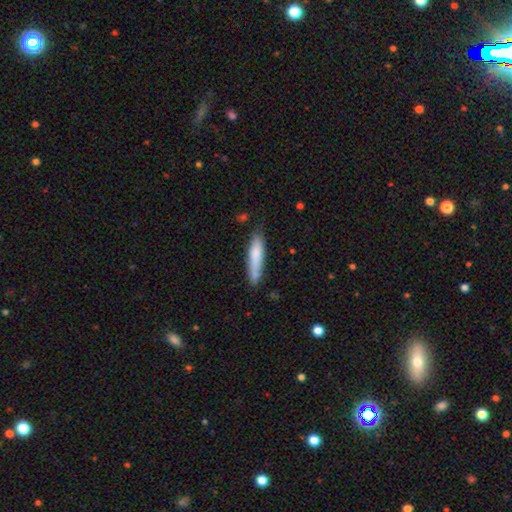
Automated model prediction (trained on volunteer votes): Morphology: type=smooth (77%); roundness=cigar-shaped (86%); merging=none (72%).